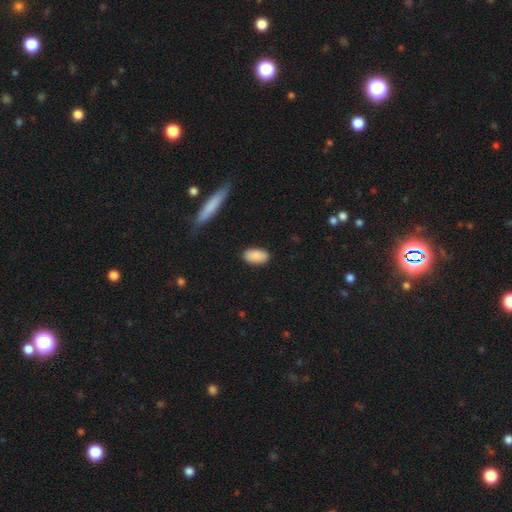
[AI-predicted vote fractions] A smooth galaxy with no disk features (89%) that is in between round and cigar-shaped (94%). Merging: none (87%).